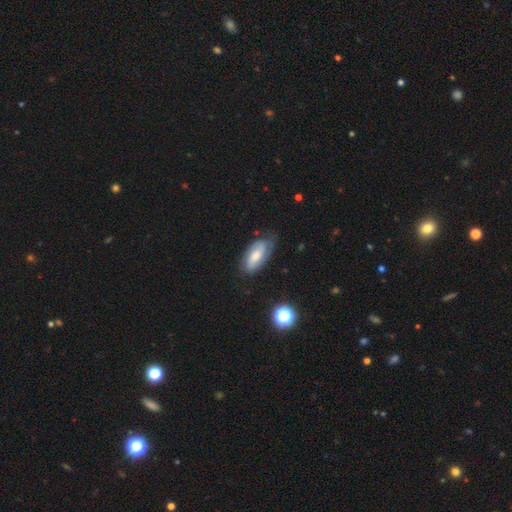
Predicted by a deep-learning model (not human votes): Smooth or featured? smooth (49%)
Merging? none (61%)